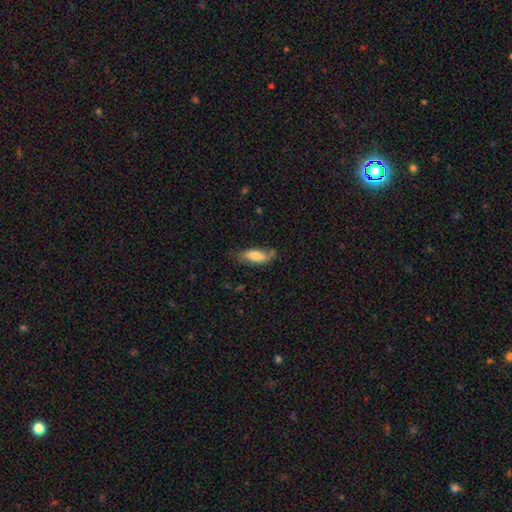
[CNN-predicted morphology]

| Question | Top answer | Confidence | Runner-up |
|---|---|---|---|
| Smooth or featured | smooth | 63% | featured or disk (31%) |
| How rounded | in between | 70% | cigar-shaped (28%) |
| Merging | none | 61% | minor disturbance (28%) |